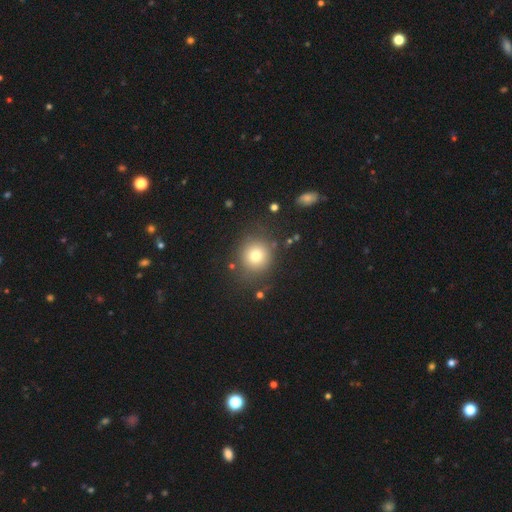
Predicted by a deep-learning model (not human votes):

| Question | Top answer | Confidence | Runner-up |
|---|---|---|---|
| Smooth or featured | smooth | 75% | star or artifact (14%) |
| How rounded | round | 90% | in between (9%) |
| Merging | none | 82% | minor disturbance (10%) |